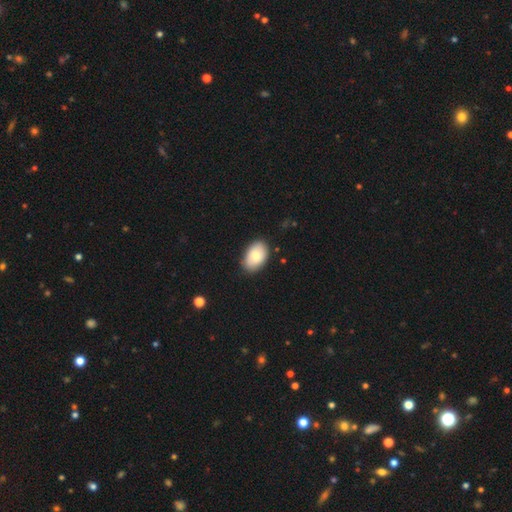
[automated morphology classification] A smooth galaxy with no disk features (76%) that is in between round and cigar-shaped (90%). Merging: none (84%).